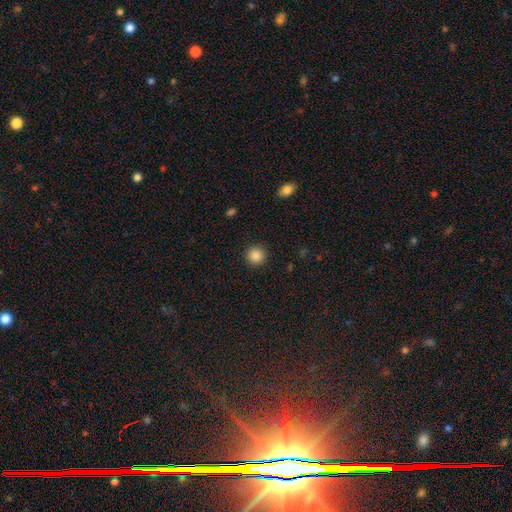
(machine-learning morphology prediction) smooth-or-featured: smooth: 86% | star or artifact: 10% | featured or disk: 4%
  how-rounded: round: 95% | in between: 4% | cigar-shaped: 1%
  merging: none: 92% | minor disturbance: 5% | major disturbance: 2% | merger: 1%